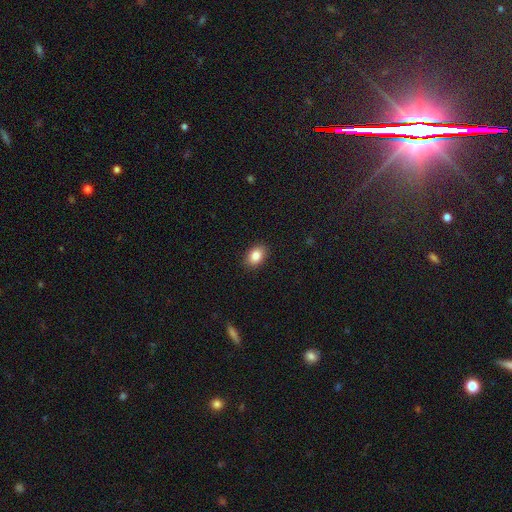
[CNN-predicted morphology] Smooth or featured: smooth — 85% (star or artifact — 8%)
How rounded: in between — 80% (round — 19%)
Merging: none — 89% (minor disturbance — 8%)